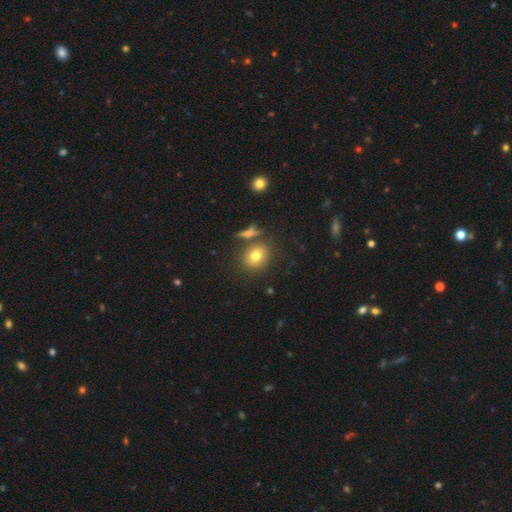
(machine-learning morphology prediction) Overall: smooth (77%). How rounded: round (69%; in between 30%). Merging: none (75%).